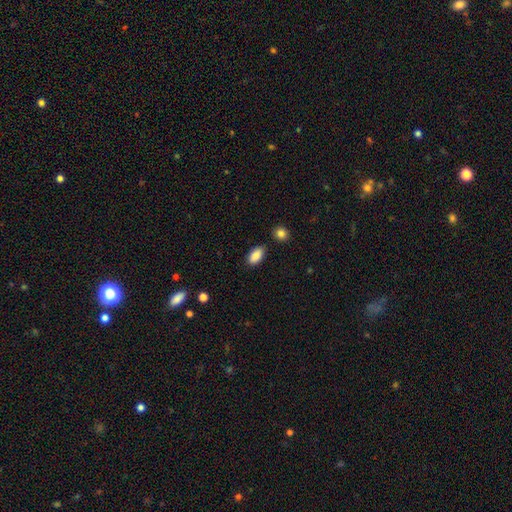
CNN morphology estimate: smooth_or_featured: smooth (p=0.88) [alt: star or artifact p=0.07]
how_rounded: in between (p=0.93) [alt: round p=0.04]
merging: none (p=0.85) [alt: minor disturbance p=0.10]